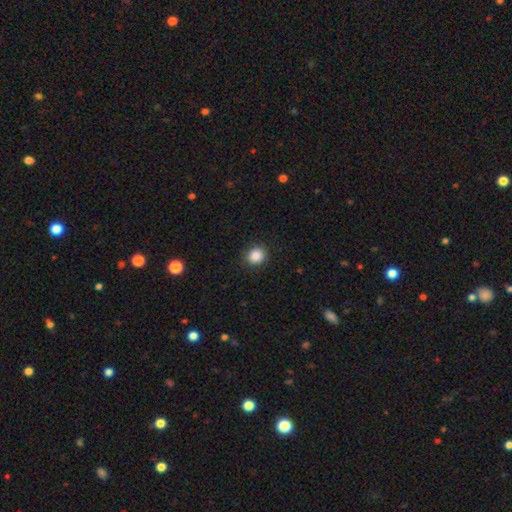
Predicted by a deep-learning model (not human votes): Q: Smooth or featured?
A: smooth (87%); runner-up: star or artifact (10%)
Q: How rounded?
A: round (80%); runner-up: in between (20%)
Q: Merging?
A: none (89%); runner-up: minor disturbance (8%)